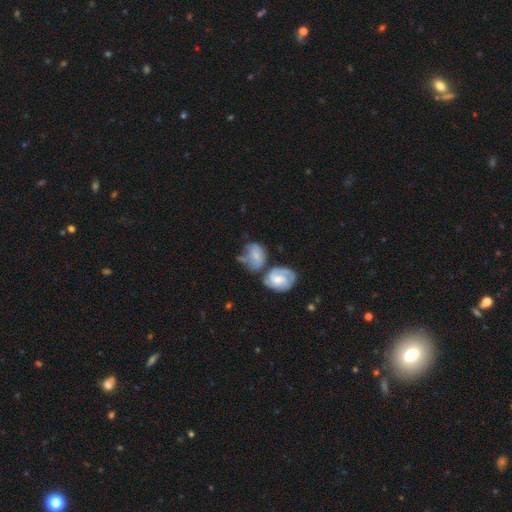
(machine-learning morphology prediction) Q: Smooth or featured?
A: smooth (50%); runner-up: featured or disk (41%)
Q: How rounded?
A: in between (60%); runner-up: round (38%)
Q: Merging?
A: merger (39%); runner-up: none (27%)